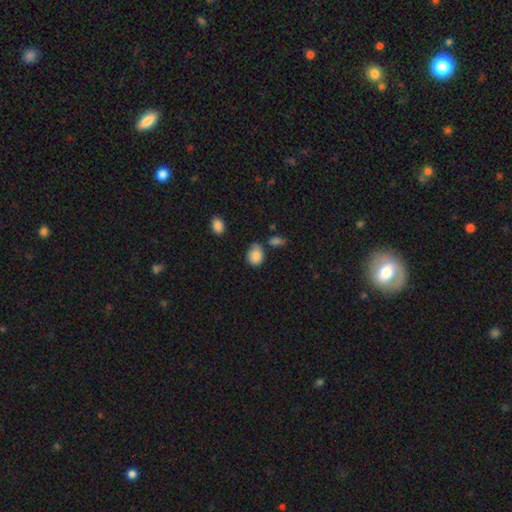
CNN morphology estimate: smooth_or_featured: smooth (p=0.86) [alt: star or artifact p=0.08]
how_rounded: in between (p=0.49) [tied with: round p=0.49]
merging: none (p=0.56) [alt: minor disturbance p=0.30]